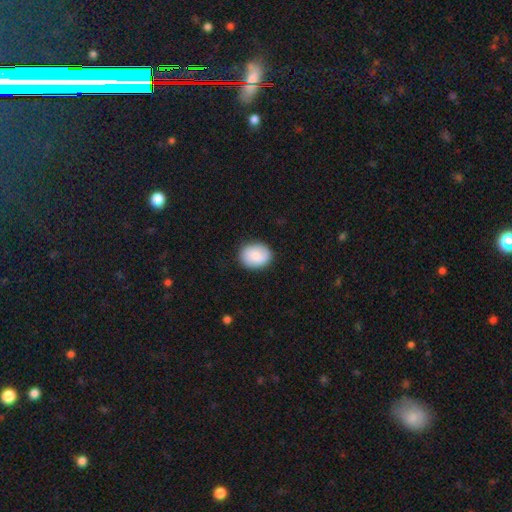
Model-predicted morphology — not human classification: A smooth galaxy with no disk features (81%) that is in between round and cigar-shaped (50%). Merging: none (87%).